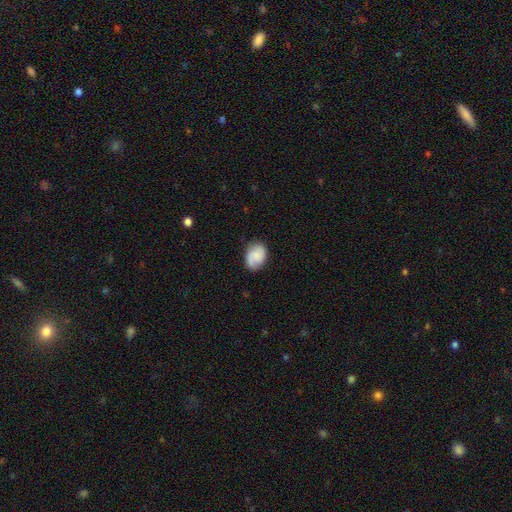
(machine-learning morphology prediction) The model was most divided on "smooth or featured": smooth: 67%, featured or disk: 25%, star or artifact: 8%. More confident: how rounded — in between (71%); merging — none (71%).